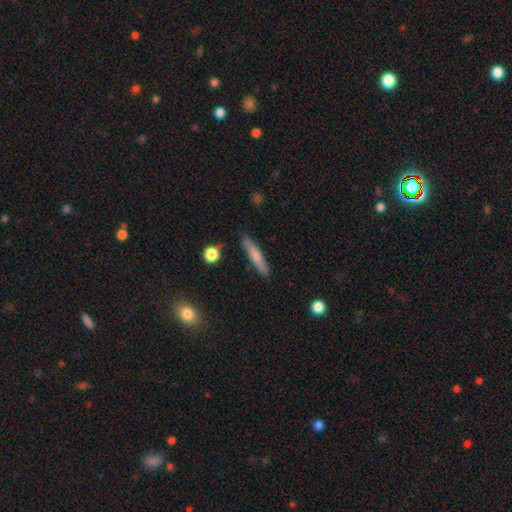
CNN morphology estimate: This appears to be a smooth galaxy with no disk features (70%) that is cigar-shaped (91%). Merging: none (86%).